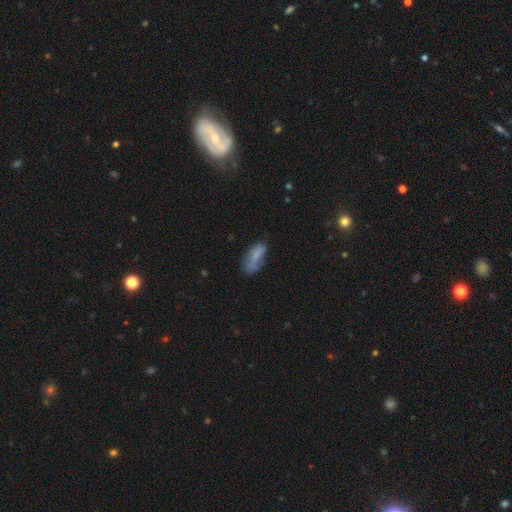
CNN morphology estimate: Overall: smooth (70%). How rounded: in between (80%). Merging: none (41%; minor disturbance 32%).